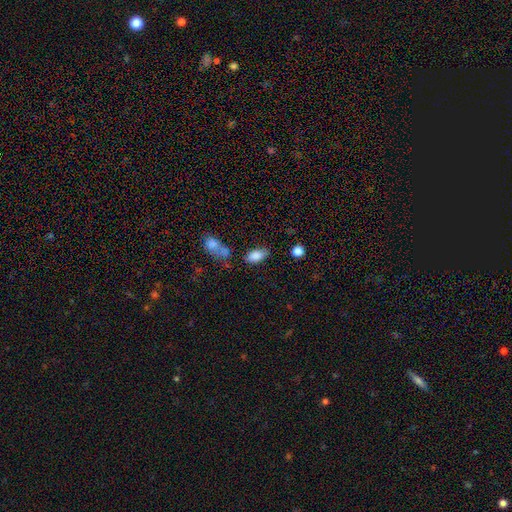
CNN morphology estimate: This appears to be a smooth galaxy with no disk features (84%) that is in between round and cigar-shaped (91%). Merging: none (69%).